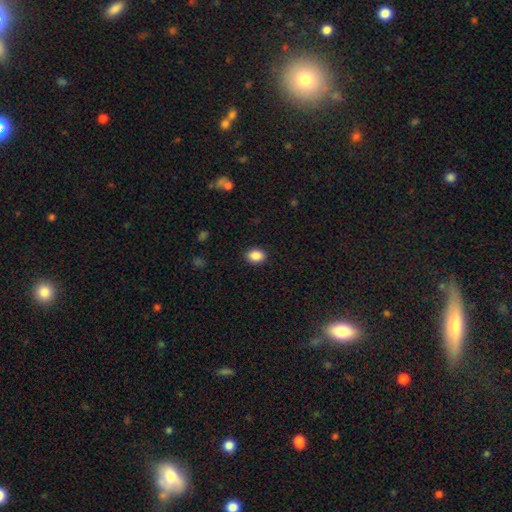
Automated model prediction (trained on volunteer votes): Smooth or featured? smooth (88%)
How rounded? in between (67%)
Merging? none (89%)